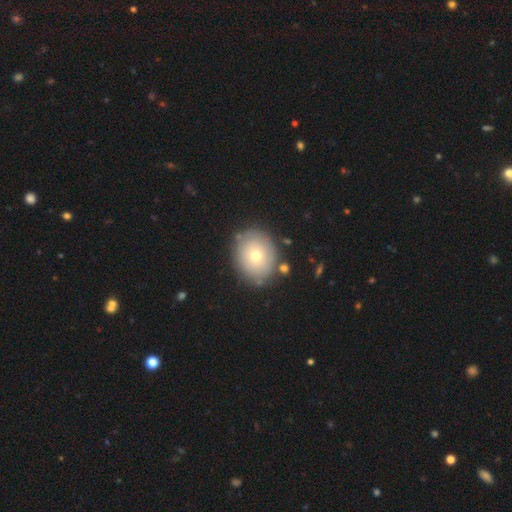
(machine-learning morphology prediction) type=smooth (67%); roundness=round (64%); merging=none (82%).